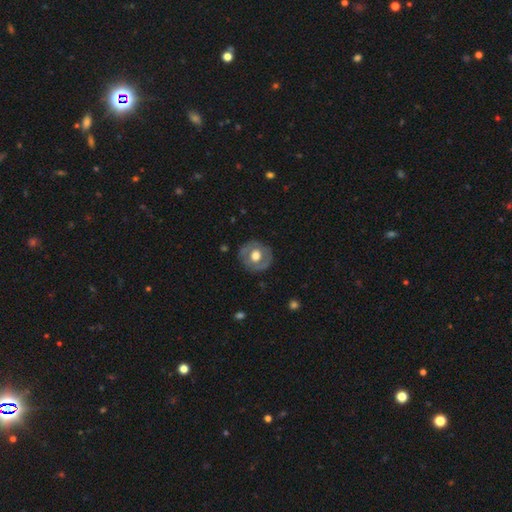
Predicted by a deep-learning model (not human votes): A featured or disk galaxy (48%).

Vote fractions:
- Smooth or featured? featured or disk: 48% / smooth: 46% / star or artifact: 6%
- Merging? none: 83% / minor disturbance: 12% / major disturbance: 4% / merger: 1%